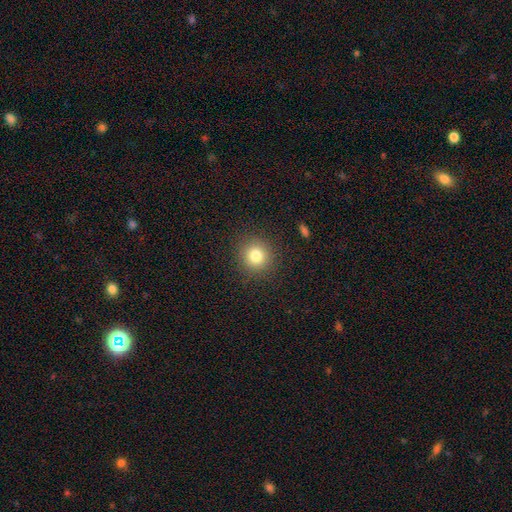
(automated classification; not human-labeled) A smooth galaxy with no disk features (80%) that is round (90%). Merging: none (89%).